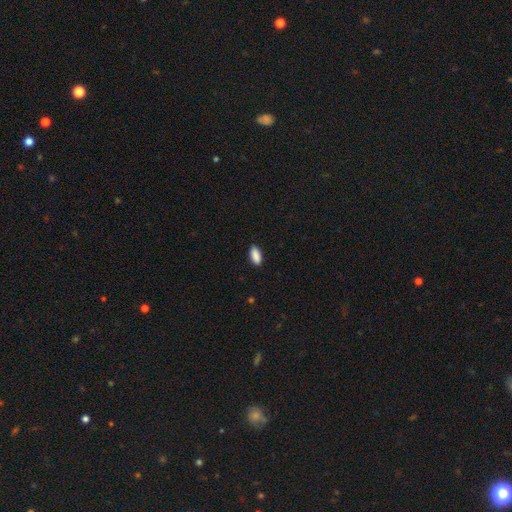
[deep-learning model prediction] A smooth galaxy with no disk features (90%) that is in between round and cigar-shaped (88%).

Vote fractions:
- Smooth or featured? smooth: 90% / star or artifact: 7% / featured or disk: 3%
- How rounded? in between: 88% / cigar-shaped: 10% / round: 2%
- Merging? none: 86% / minor disturbance: 11% / major disturbance: 2% / merger: 1%